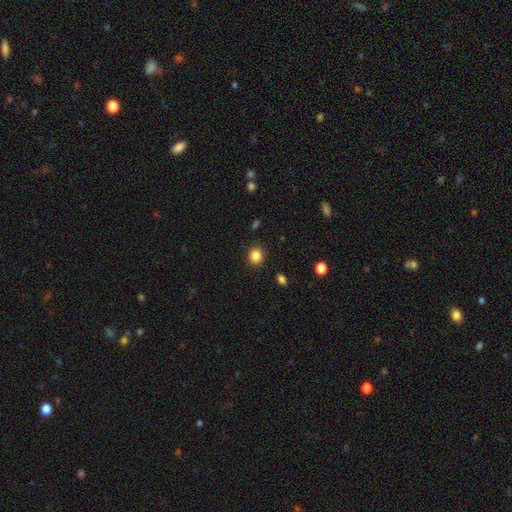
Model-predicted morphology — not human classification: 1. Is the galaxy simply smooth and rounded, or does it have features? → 85% smooth, 10% star or artifact, 4% featured or disk.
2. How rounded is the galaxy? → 72% round, 27% in between, 1% cigar-shaped.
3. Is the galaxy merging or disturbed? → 90% none, 7% minor disturbance, 2% major disturbance, 1% merger.